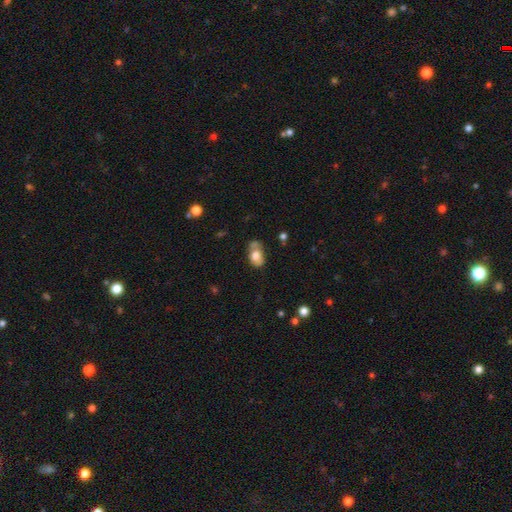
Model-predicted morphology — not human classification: type=smooth (73%); roundness=in between (82%); merging=none (41%).